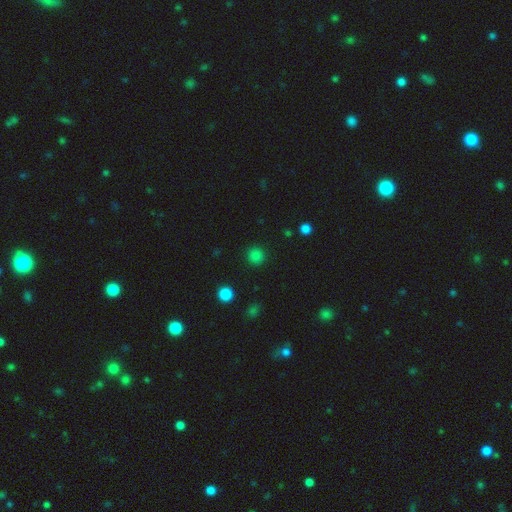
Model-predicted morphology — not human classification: Smooth or featured? smooth (82%)
How rounded? round (93%)
Merging? none (90%)